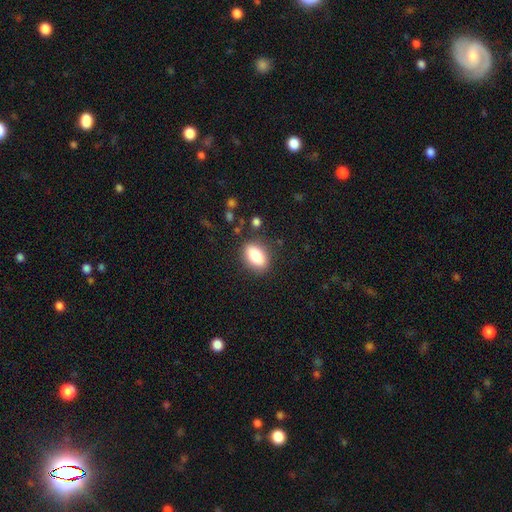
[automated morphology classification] This appears to be a smooth galaxy with no disk features (83%) that is in between round and cigar-shaped (86%). Merging: none (84%).